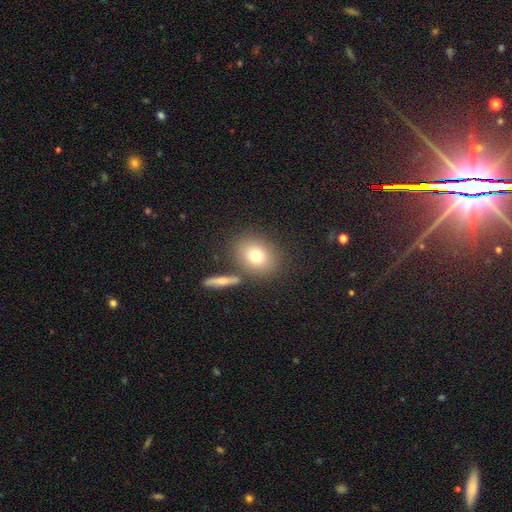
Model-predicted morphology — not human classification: Smooth or featured? smooth (75%)
How rounded? round (54%)
Merging? none (74%)